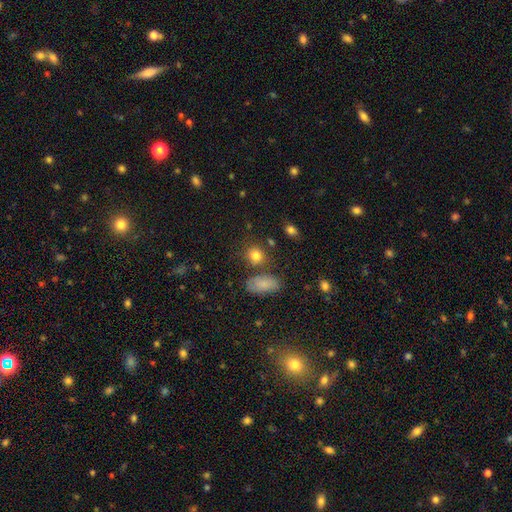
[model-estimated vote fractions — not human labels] A smooth galaxy with no disk features (83%) that is round (74%). Merging: none (73%).